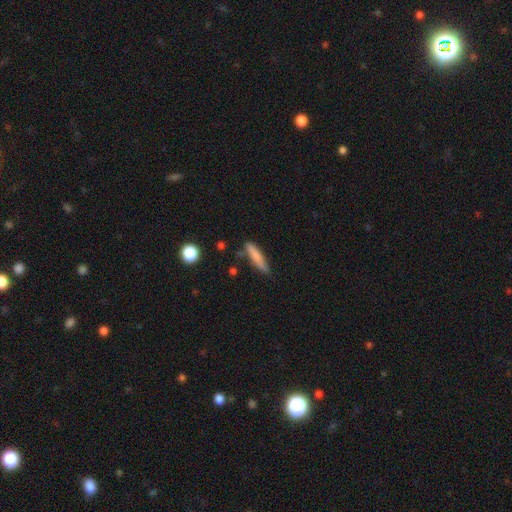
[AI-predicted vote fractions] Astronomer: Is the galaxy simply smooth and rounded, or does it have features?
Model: smooth — 75%.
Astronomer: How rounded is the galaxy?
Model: cigar-shaped — 87%.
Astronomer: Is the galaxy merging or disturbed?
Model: none — 73%.